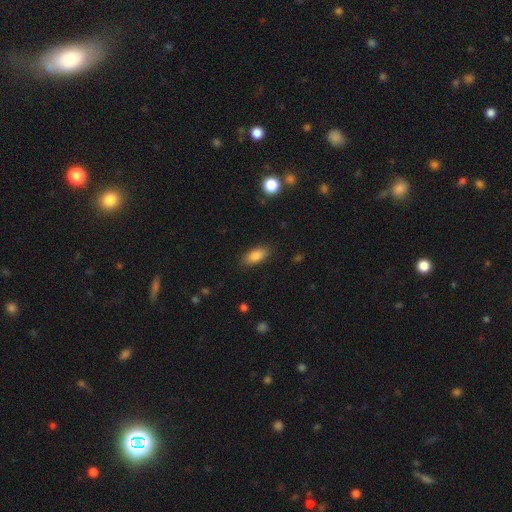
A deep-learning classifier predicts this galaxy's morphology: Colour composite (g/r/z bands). It shows a smooth galaxy with no disk features (85%) that is in between round and cigar-shaped (86%). Merging: none (86%).